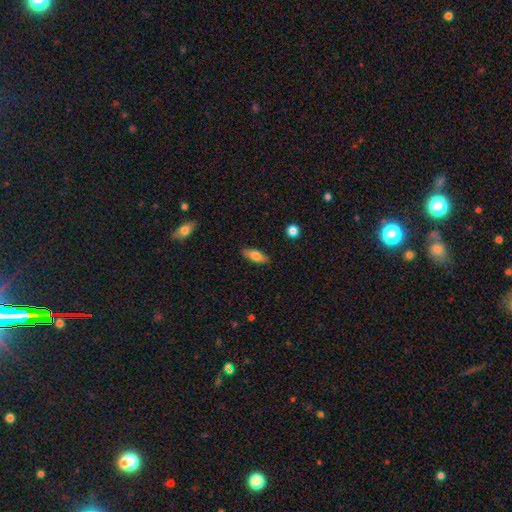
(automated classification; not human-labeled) smooth_or_featured: smooth (p=0.73) [alt: featured or disk p=0.20]
how_rounded: in between (p=0.66) [alt: cigar-shaped p=0.31]
merging: none (p=0.86) [alt: minor disturbance p=0.10]